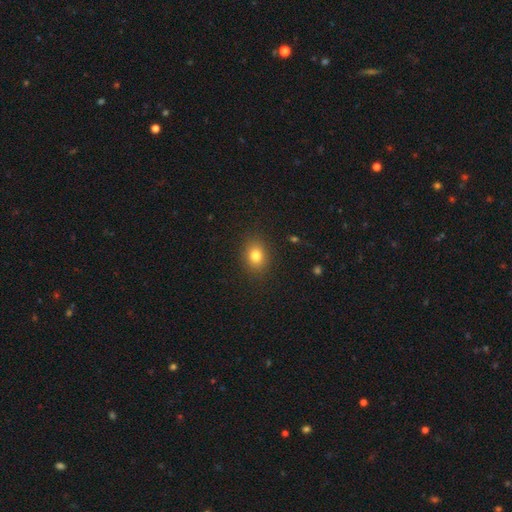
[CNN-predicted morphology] A smooth galaxy with no disk features (80%) that is round (51%).

Vote fractions:
- Smooth or featured? smooth: 80% / star or artifact: 12% / featured or disk: 8%
- How rounded? round: 51% / in between: 48% / cigar-shaped: 1%
- Merging? none: 88% / minor disturbance: 8% / major disturbance: 3% / merger: 1%